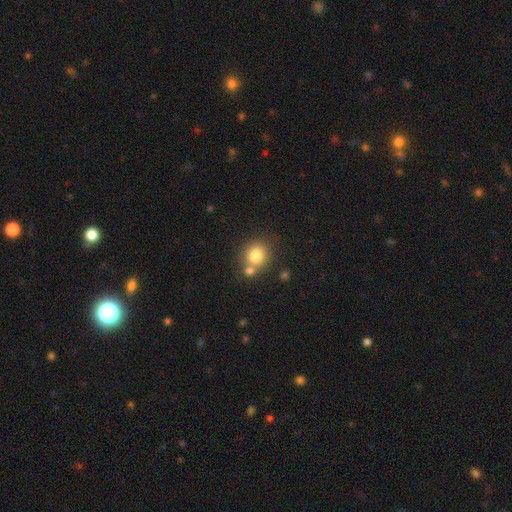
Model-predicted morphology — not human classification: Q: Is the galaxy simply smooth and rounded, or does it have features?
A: smooth — 81%.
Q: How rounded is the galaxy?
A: round — 80%.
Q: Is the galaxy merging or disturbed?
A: none — 60%.